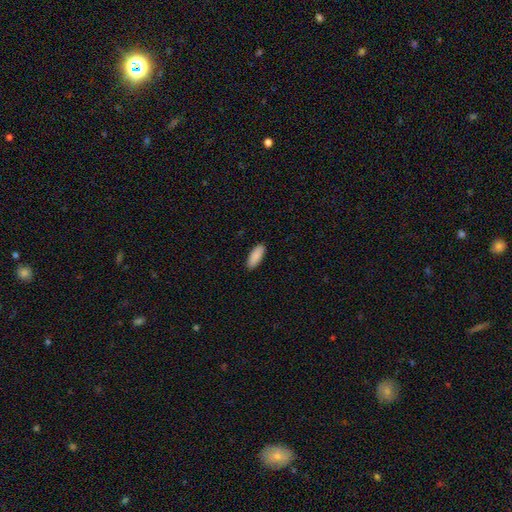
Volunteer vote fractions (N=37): A smooth galaxy with no disk features (92%) that is in between round and cigar-shaped (65%).

Vote fractions:
- Smooth or featured? smooth: 92% / star or artifact: 8% / featured or disk: 0%
- How rounded? in between: 65% / cigar-shaped: 32% / round: 3%
- Merging? none: 94% / minor disturbance: 3% / major disturbance: 3% / merger: 0%